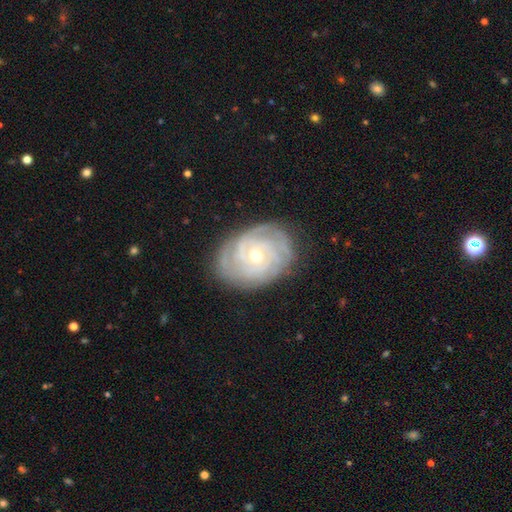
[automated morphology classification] Smooth or featured: featured or disk — 86% (smooth — 9%)
Edge-on disk: no — 97% (yes — 3%)
Bar: no — 72% (weak — 22%)
Spiral arms: yes — 96% (no — 4%)
Spiral winding: tight — 78% (medium — 18%)
Spiral arm count: can't tell — 30% (3 — 24%)
Bulge size: moderate — 49% (small — 48%)
Merging: none — 79% (minor disturbance — 15%)